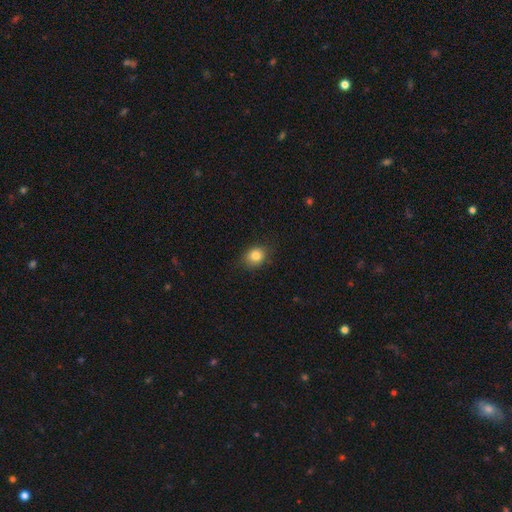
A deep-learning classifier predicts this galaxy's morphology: Smooth or featured: smooth — 83% (star or artifact — 11%)
How rounded: round — 65% (in between — 34%)
Merging: none — 82% (minor disturbance — 14%)